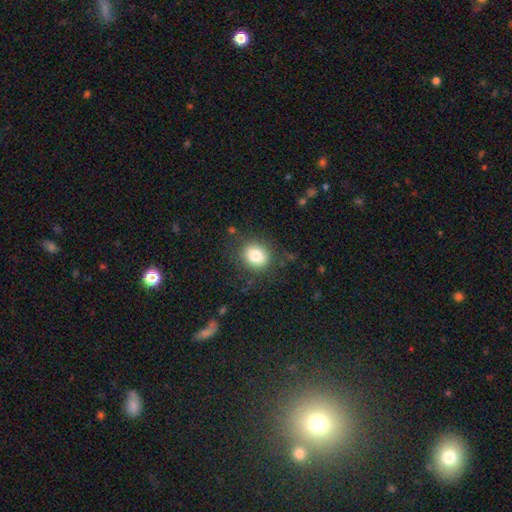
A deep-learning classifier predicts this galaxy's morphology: Overall: smooth (81%). How rounded: round (69%; in between 30%). Merging: none (83%).